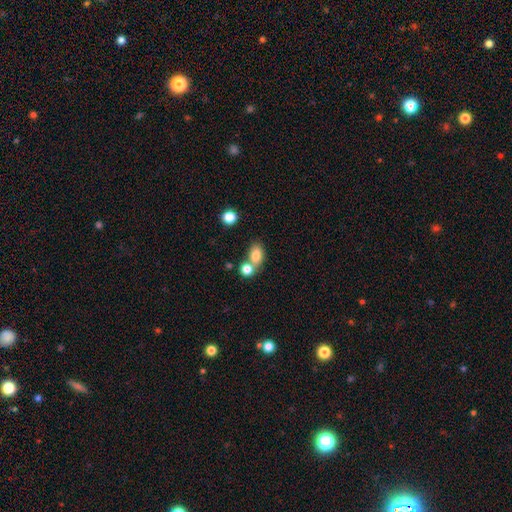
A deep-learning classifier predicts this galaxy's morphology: A smooth galaxy with no disk features (81%) that is in between round and cigar-shaped (71%). Merging: none (46%).